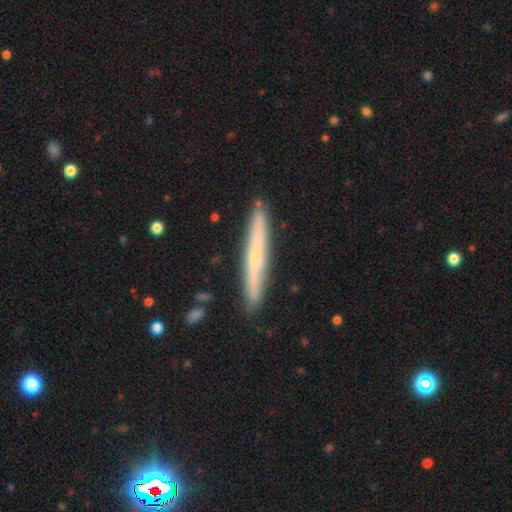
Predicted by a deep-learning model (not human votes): smooth_or_featured: smooth (p=0.47) [tied with: featured or disk p=0.47]
merging: none (p=0.89) [alt: minor disturbance p=0.08]